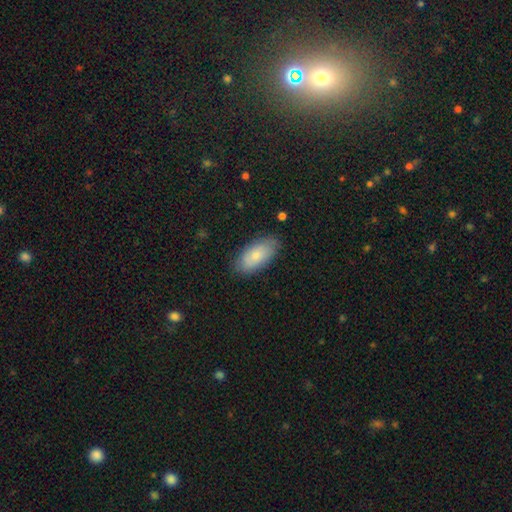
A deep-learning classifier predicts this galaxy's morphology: Q: Smooth or featured?
A: smooth (76%); runner-up: featured or disk (17%)
Q: How rounded?
A: in between (92%); runner-up: cigar-shaped (6%)
Q: Merging?
A: none (81%); runner-up: minor disturbance (15%)